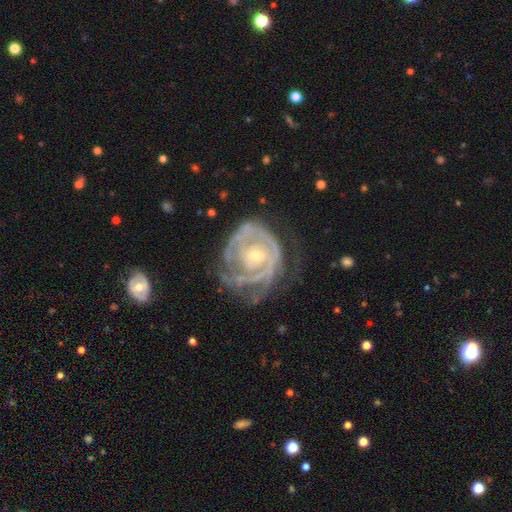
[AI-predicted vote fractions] A featured or disk galaxy (87%) with no bar (70%), tight (74%) spiral arms (92%) and a small central bulge (66%). Merging: none (50%).